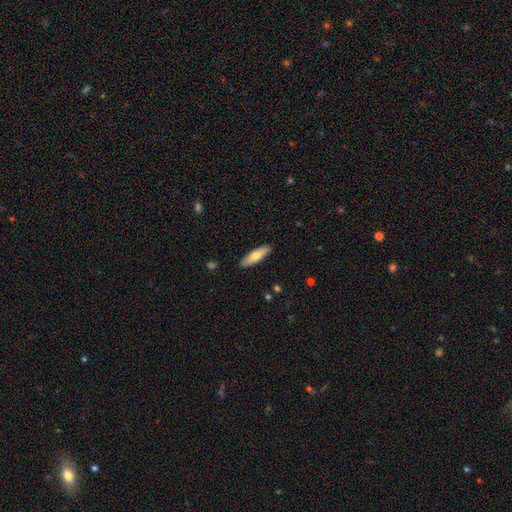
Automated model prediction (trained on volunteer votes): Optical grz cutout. It shows a smooth galaxy with no disk features (69%) that is cigar-shaped (56%). Merging: none (89%).